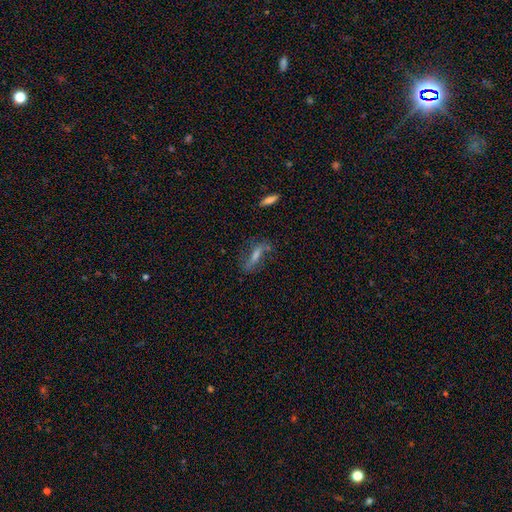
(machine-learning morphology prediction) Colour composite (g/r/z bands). It shows a featured or disk galaxy (50%). Merging: none (65%).